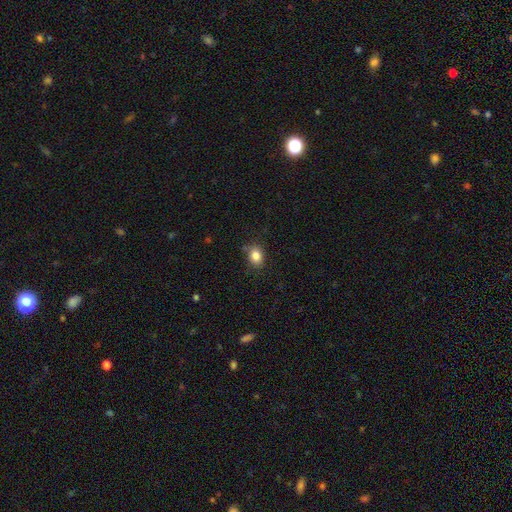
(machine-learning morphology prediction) Smooth or featured?
  - smooth: 83% *
  - star or artifact: 10%
  - featured or disk: 6%
How rounded?
  - in between: 53% *
  - round: 46%
  - cigar-shaped: 1%
Merging?
  - none: 78% *
  - minor disturbance: 15%
  - major disturbance: 3%
  - merger: 3%